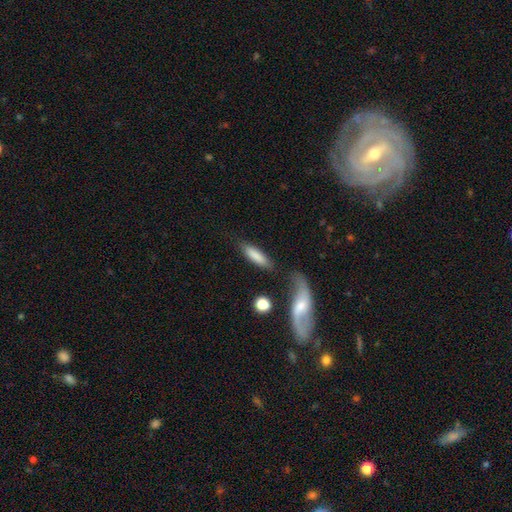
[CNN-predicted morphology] Smooth or featured: smooth — 80% (featured or disk — 13%)
How rounded: cigar-shaped — 61% (in between — 37%)
Merging: none — 64% (minor disturbance — 18%)